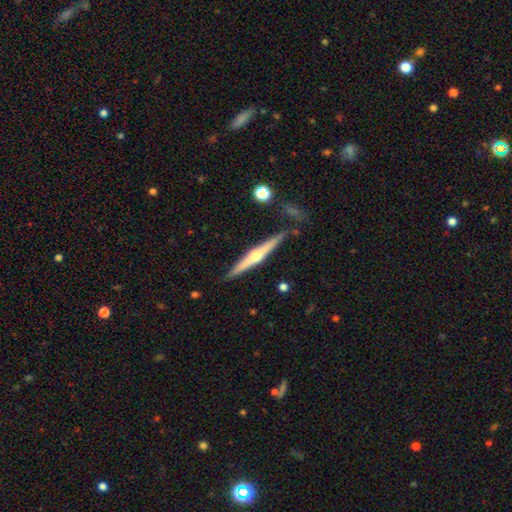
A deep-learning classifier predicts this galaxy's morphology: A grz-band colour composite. It shows a featured or disk galaxy (75%) viewed edge-on (98%) with a rounded central bulge (91%). Merging: none (85%).